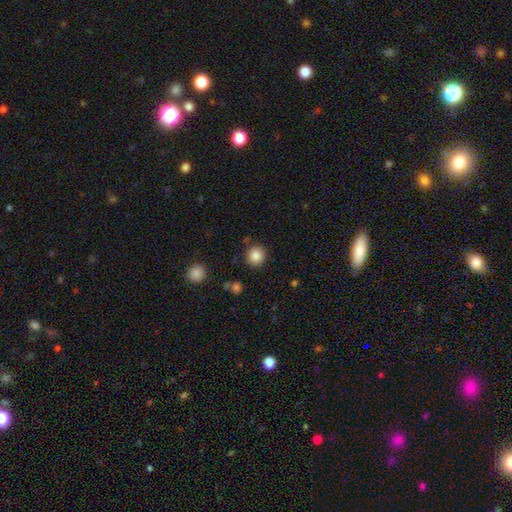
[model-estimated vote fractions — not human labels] smooth 86%, star or artifact 10%, featured or disk 4%. Down the decision tree: how rounded — round (89%); merging — none (87%).